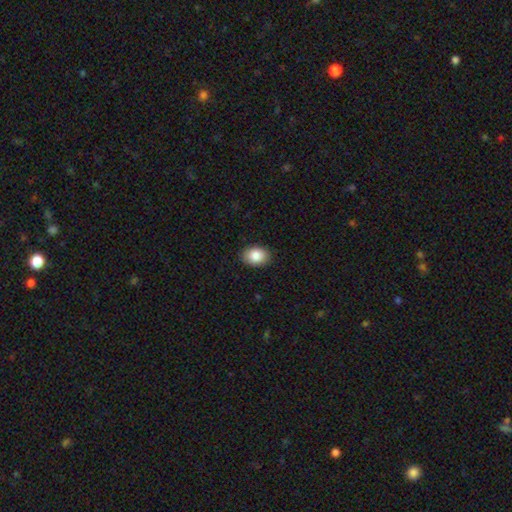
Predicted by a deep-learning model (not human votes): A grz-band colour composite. It shows a smooth galaxy with no disk features (87%) that is in between round and cigar-shaped (75%). Merging: none (89%).